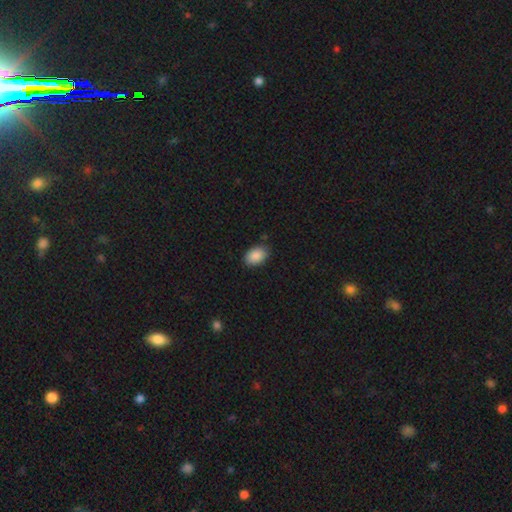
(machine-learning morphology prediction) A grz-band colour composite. It shows a smooth galaxy with no disk features (88%) that is in between round and cigar-shaped (87%). Merging: none (84%).